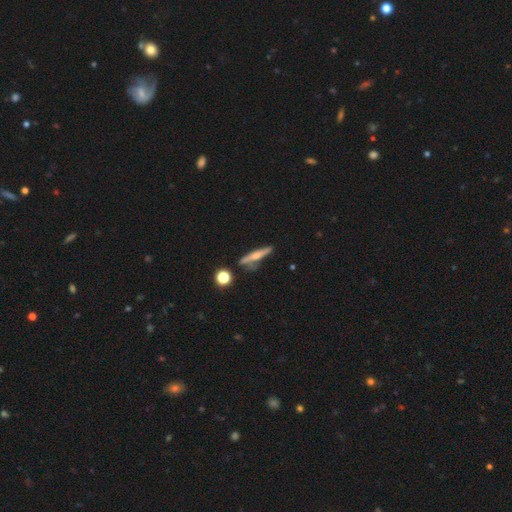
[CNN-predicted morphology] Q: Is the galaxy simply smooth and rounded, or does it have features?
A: featured or disk — 52%.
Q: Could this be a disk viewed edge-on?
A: yes — 91%.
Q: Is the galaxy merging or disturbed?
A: none — 68%.